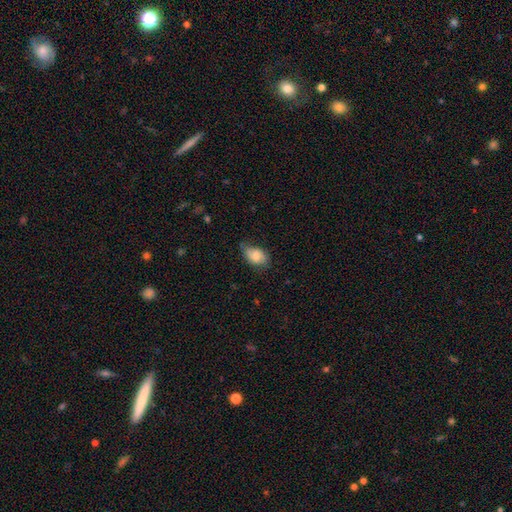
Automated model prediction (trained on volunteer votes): smooth-or-featured: smooth: 75% | featured or disk: 17% | star or artifact: 7%
  how-rounded: in between: 86% | round: 13% | cigar-shaped: 1%
  merging: none: 55% | minor disturbance: 35% | major disturbance: 9% | merger: 2%